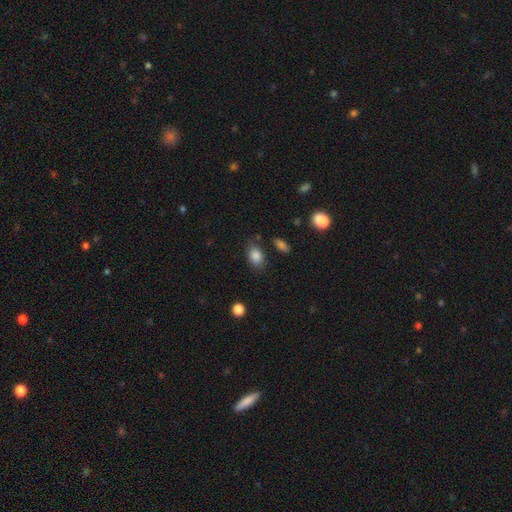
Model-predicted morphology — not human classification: A smooth galaxy with no disk features (85%) that is in between round and cigar-shaped (82%). Merging: none (77%).